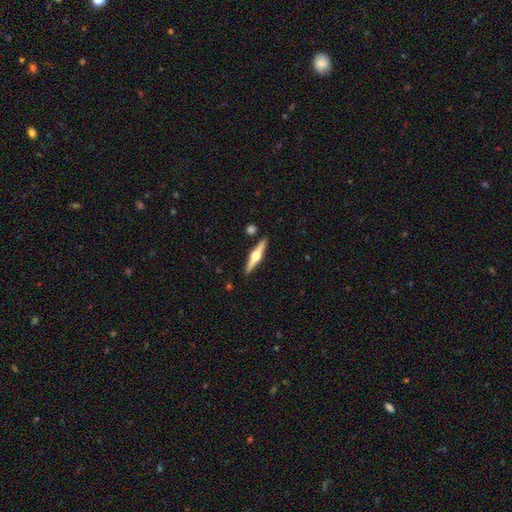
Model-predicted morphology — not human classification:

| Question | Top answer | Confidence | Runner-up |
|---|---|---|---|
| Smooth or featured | featured or disk | 74% | smooth (21%) |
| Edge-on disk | yes | 98% | no (2%) |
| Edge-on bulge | rounded | 96% | boxy (3%) |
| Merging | none | 89% | minor disturbance (7%) |